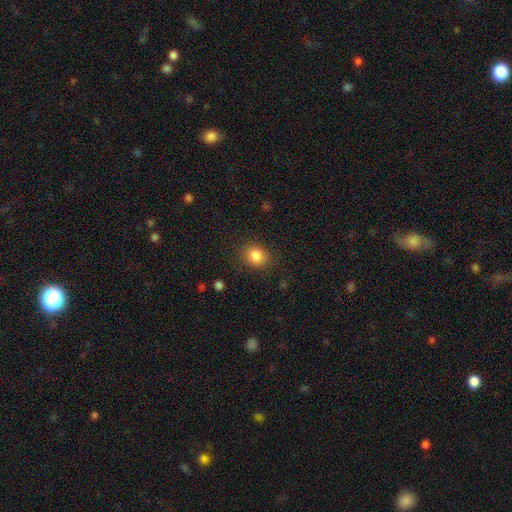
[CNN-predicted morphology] The model was most divided on "how rounded": round: 64%, in between: 35%, cigar-shaped: 1%. More confident: smooth or featured — smooth (85%); merging — none (85%).